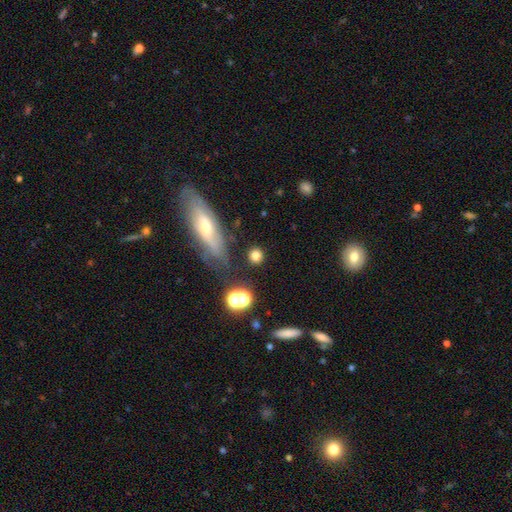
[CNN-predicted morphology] smooth_or_featured: smooth (p=0.77) [alt: star or artifact p=0.14]
how_rounded: round (p=0.86) [alt: in between p=0.12]
merging: none (p=0.83) [alt: minor disturbance p=0.09]